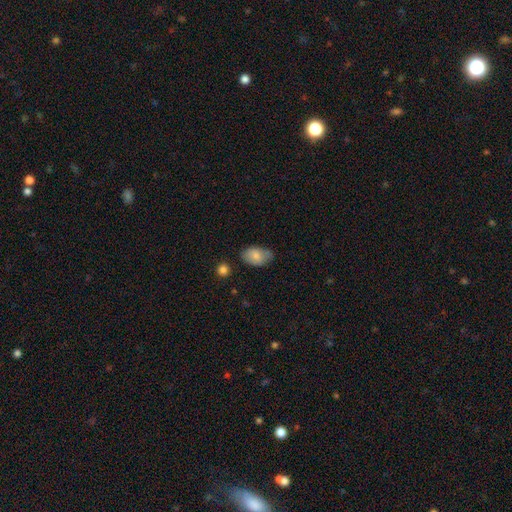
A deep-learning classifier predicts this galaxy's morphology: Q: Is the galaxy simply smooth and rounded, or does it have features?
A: smooth — 81%.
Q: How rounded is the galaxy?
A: in between — 91%.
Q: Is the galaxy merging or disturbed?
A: none — 68%.